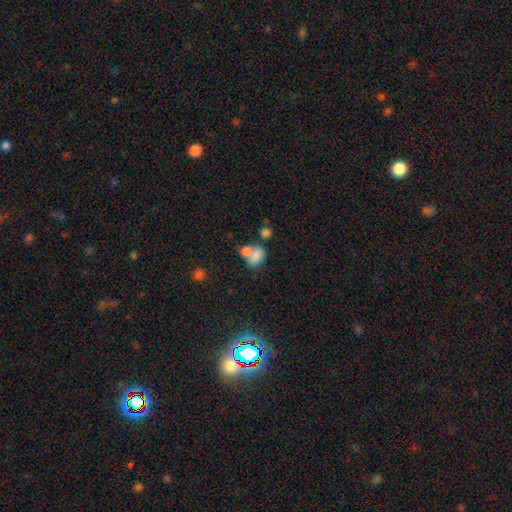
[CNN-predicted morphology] This is likely a smooth galaxy (75%). How rounded: clearly in between (80%). Merging: possibly merger (56%).